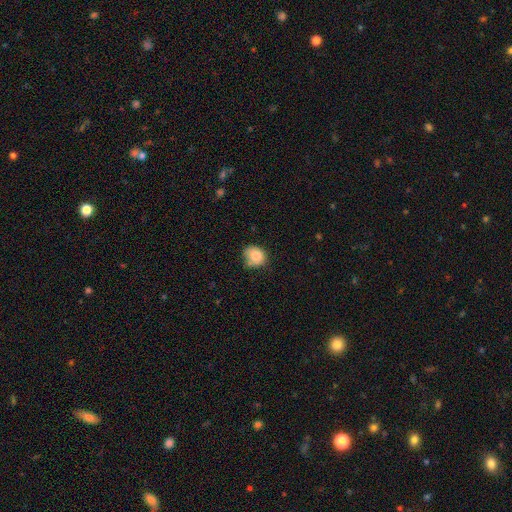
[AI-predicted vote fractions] smooth-or-featured: smooth: 81% | featured or disk: 10% | star or artifact: 9%
  how-rounded: round: 66% | in between: 33% | cigar-shaped: 1%
  merging: none: 58% | minor disturbance: 30% | major disturbance: 7% | merger: 6%